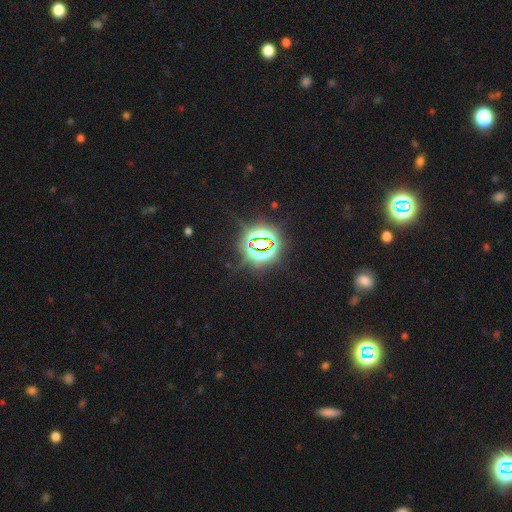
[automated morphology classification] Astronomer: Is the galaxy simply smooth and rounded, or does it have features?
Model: star or artifact — 80%.